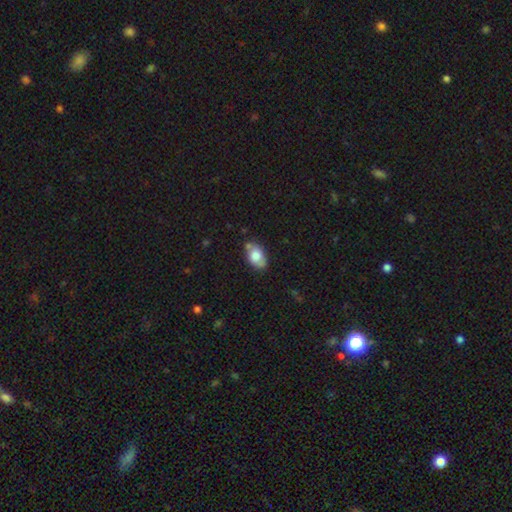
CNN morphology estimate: This appears to be a smooth galaxy with no disk features (74%) that is in between round and cigar-shaped (88%). Merging: none (67%).